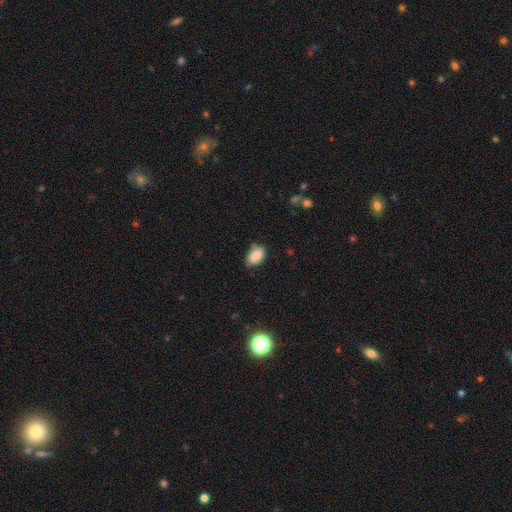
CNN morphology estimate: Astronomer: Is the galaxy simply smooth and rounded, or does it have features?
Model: smooth — 78%.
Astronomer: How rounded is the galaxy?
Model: in between — 83%.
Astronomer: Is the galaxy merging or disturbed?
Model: none — 62%.